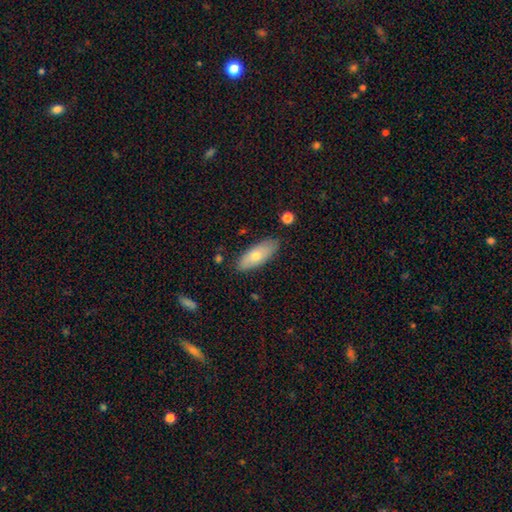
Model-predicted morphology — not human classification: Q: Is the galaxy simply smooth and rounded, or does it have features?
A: smooth — 67%.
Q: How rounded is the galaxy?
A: in between — 74%.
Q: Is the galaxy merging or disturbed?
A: none — 83%.